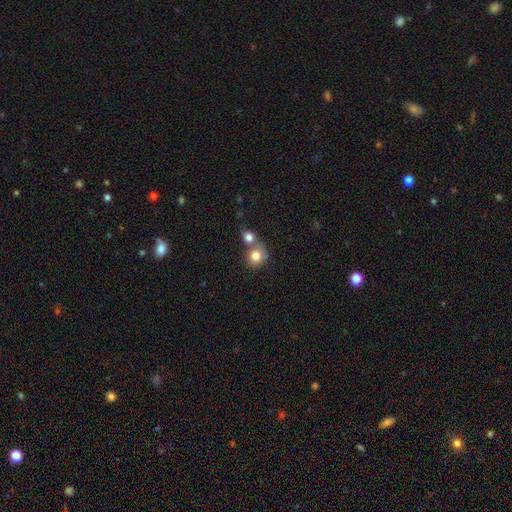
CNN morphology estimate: smooth-or-featured: smooth: 82% | featured or disk: 10% | star or artifact: 9%
  how-rounded: round: 79% | in between: 20% | cigar-shaped: 1%
  merging: merger: 50% | none: 38% | minor disturbance: 8% | major disturbance: 4%